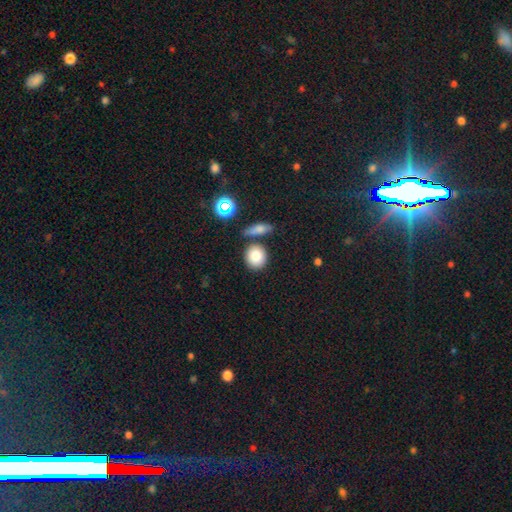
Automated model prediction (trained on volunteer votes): Smooth or featured: smooth — 81% (star or artifact — 10%)
How rounded: round — 75% (in between — 23%)
Merging: none — 73% (merger — 13%)